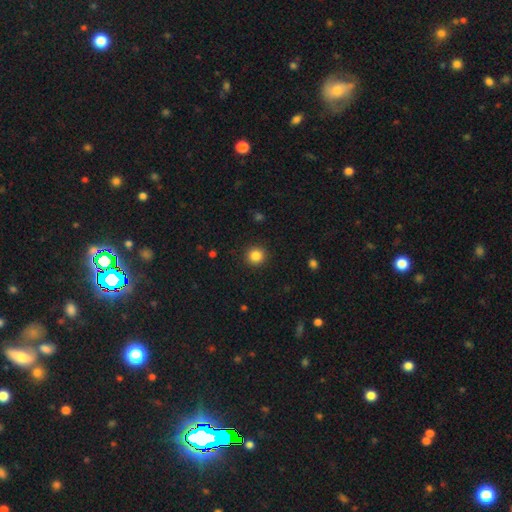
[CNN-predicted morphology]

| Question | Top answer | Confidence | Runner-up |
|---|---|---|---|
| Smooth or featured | smooth | 84% | star or artifact (11%) |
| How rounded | round | 93% | in between (6%) |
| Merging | none | 92% | minor disturbance (5%) |